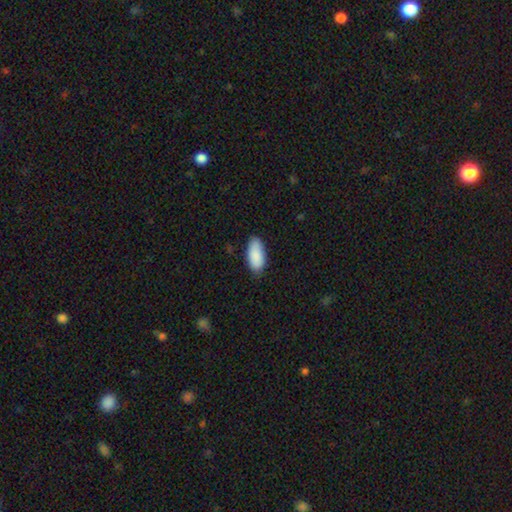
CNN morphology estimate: Smooth or featured? Predicted: smooth (p=0.89). How rounded? Predicted: in between (p=0.91). Merging? Predicted: none (p=0.81).